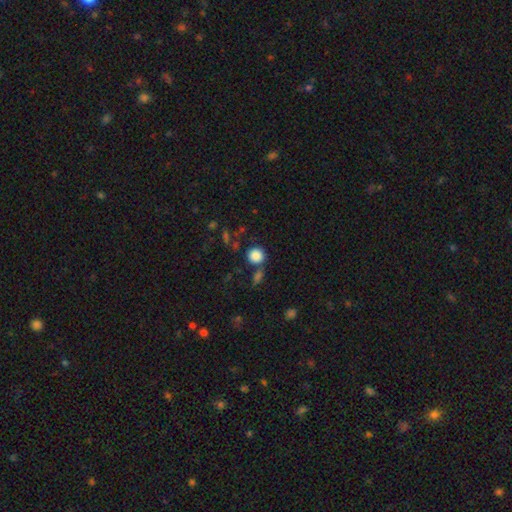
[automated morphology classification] This appears to be a smooth galaxy with no disk features (86%) that is round (88%). Merging: none (70%).